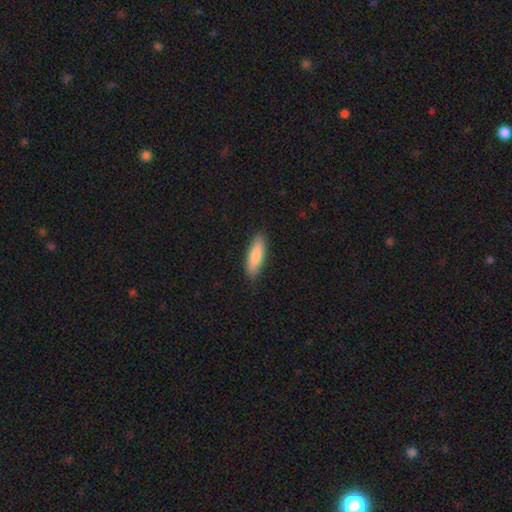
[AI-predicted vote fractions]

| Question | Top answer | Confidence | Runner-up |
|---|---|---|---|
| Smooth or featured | smooth | 86% | featured or disk (9%) |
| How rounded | cigar-shaped | 53% | in between (46%) |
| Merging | none | 88% | minor disturbance (9%) |